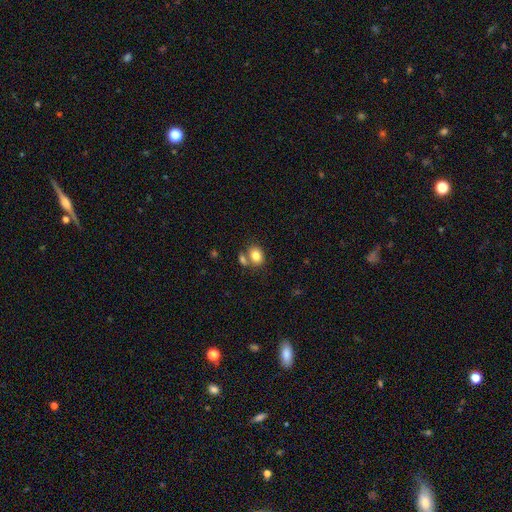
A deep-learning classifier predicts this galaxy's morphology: smooth 82%, star or artifact 9%, featured or disk 9%. Down the decision tree: how rounded — in between (66%); merging — none (52%).